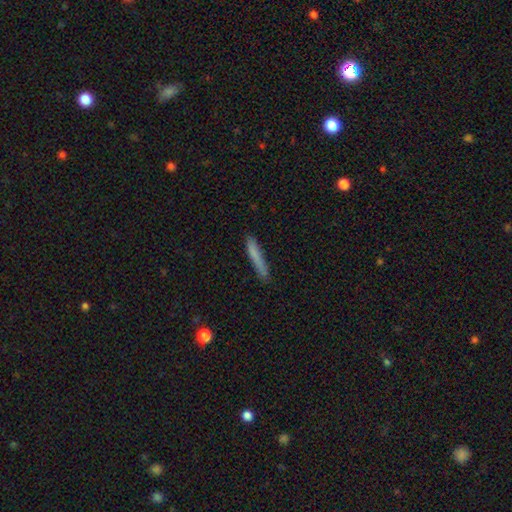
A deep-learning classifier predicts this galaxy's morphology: smooth_or_featured: smooth (p=0.77) [alt: featured or disk p=0.16]
how_rounded: cigar-shaped (p=0.95) [alt: in between p=0.04]
merging: none (p=0.83) [alt: minor disturbance p=0.12]